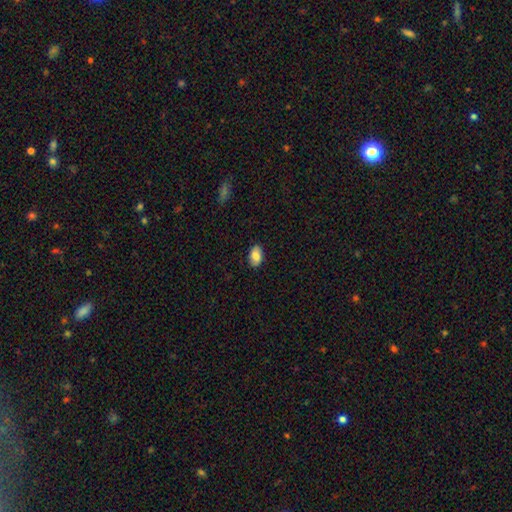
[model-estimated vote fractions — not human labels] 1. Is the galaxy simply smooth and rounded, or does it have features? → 80% smooth, 13% featured or disk, 7% star or artifact.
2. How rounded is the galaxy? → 89% in between, 10% round, 2% cigar-shaped.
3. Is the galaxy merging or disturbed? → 86% none, 11% minor disturbance, 2% major disturbance, 1% merger.